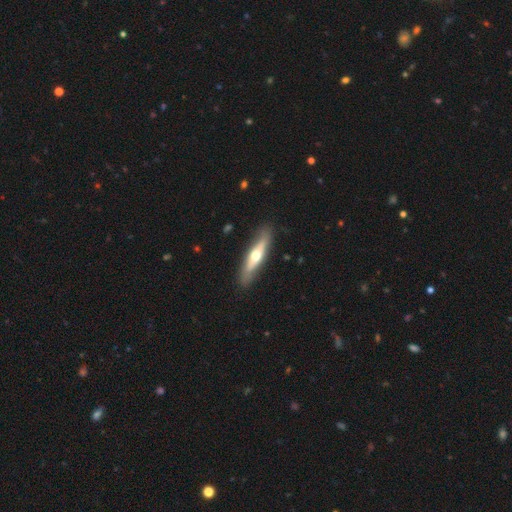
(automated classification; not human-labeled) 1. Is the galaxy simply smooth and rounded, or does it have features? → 54% featured or disk, 41% smooth, 5% star or artifact.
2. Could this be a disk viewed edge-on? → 75% yes, 25% no.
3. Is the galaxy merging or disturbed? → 84% none, 12% minor disturbance, 3% major disturbance, 1% merger.